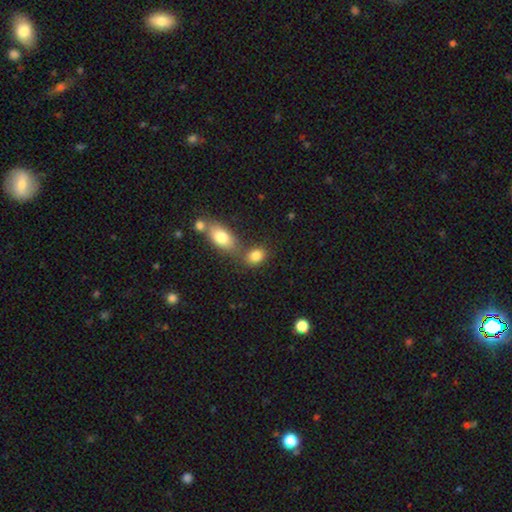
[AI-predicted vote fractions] This is clearly a smooth galaxy (83%). How rounded: likely in between (69%). Merging: possibly none (54%).